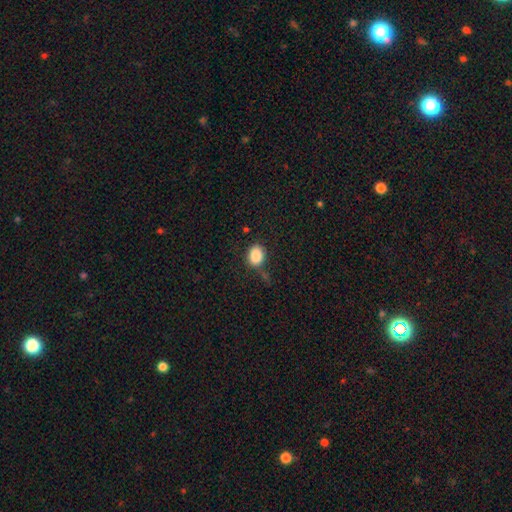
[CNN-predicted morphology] A smooth galaxy with no disk features (86%) that is in between round and cigar-shaped (59%).

Vote fractions:
- Smooth or featured? smooth: 86% / star or artifact: 9% / featured or disk: 5%
- How rounded? in between: 59% / round: 40% / cigar-shaped: 1%
- Merging? none: 68% / minor disturbance: 21% / major disturbance: 7% / merger: 5%